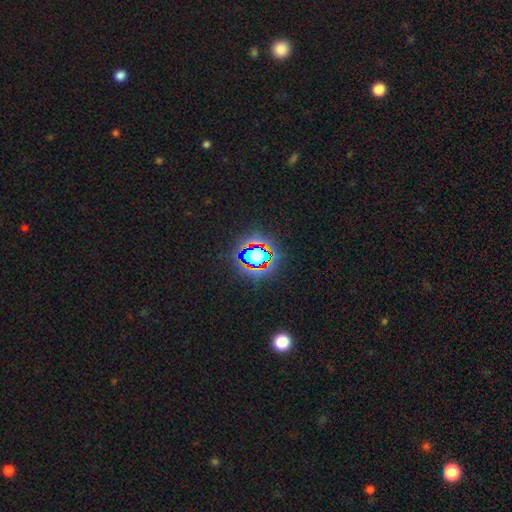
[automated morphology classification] smooth-or-featured: star or artifact: 60% | smooth: 25% | featured or disk: 15%